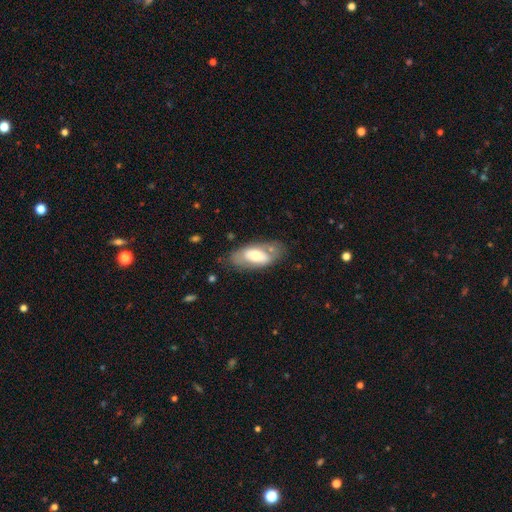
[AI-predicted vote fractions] A smooth galaxy with no disk features (51%) that is in between round and cigar-shaped (90%). Merging: none (67%).